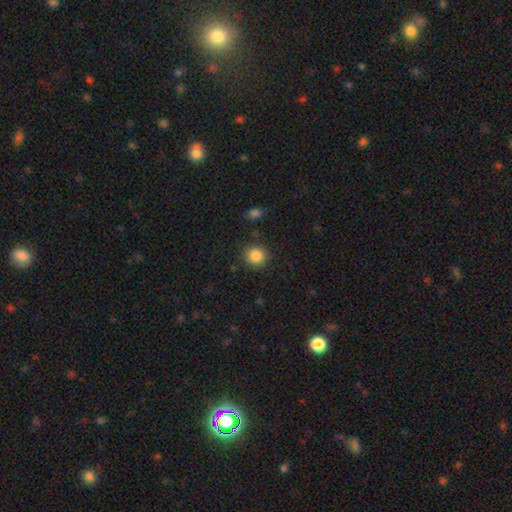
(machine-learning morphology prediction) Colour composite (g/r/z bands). It shows a smooth galaxy with no disk features (86%) that is round (90%). Merging: none (88%).